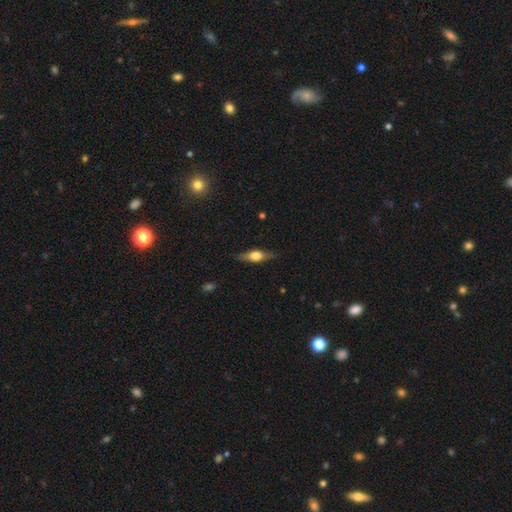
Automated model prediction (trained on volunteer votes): featured or disk 51%, smooth 42%, star or artifact 6%. Down the decision tree: edge-on disk — yes (91%); merging — none (84%).